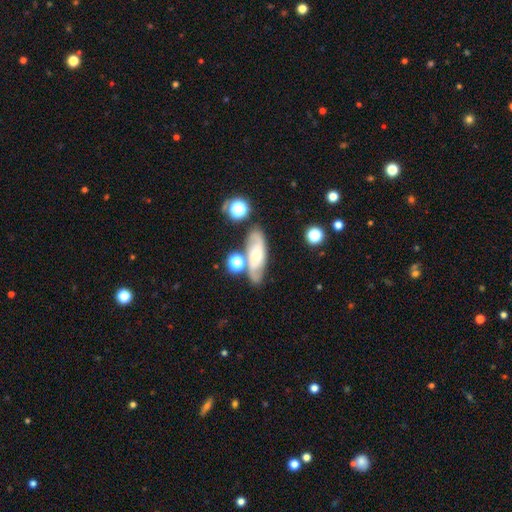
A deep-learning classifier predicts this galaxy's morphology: Smooth or featured?
  - featured or disk: 58% *
  - smooth: 32%
  - star or artifact: 10%
Edge-on disk?
  - no: 81% *
  - yes: 19%
Merging?
  - none: 65% *
  - minor disturbance: 17%
  - merger: 12%
  - major disturbance: 6%